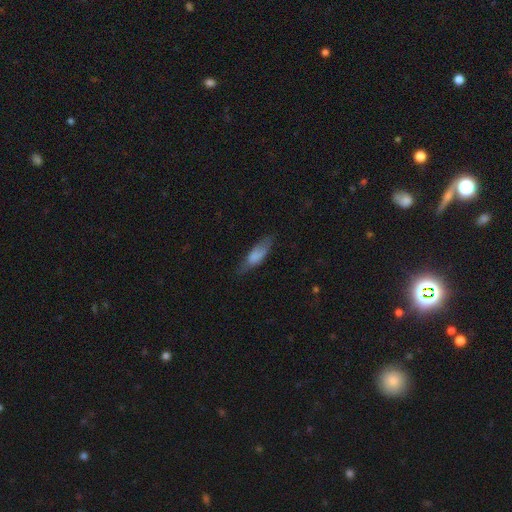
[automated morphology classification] Smooth or featured? Predicted: smooth (p=0.71). How rounded? Predicted: in between (p=0.57). Merging? Predicted: none (p=0.65).